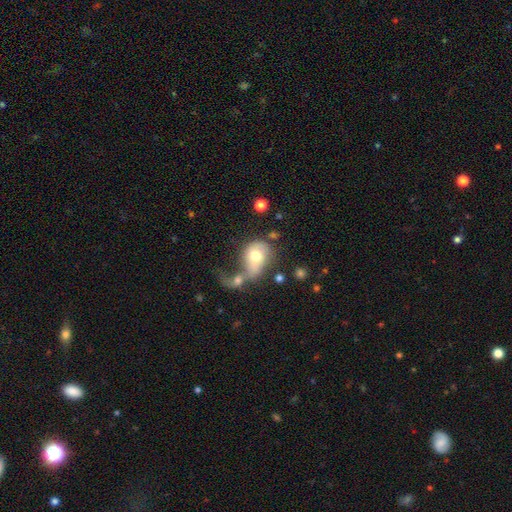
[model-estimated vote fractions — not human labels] This appears to be a smooth galaxy with no disk features (60%) that is in between round and cigar-shaped (59%). Merging: merger (50%).